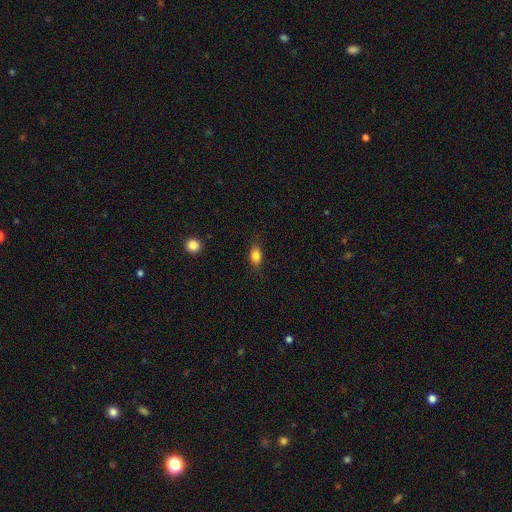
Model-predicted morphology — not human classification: smooth_or_featured: smooth (p=0.84) [alt: star or artifact p=0.09]
how_rounded: in between (p=0.80) [alt: round p=0.15]
merging: none (p=0.81) [alt: minor disturbance p=0.14]